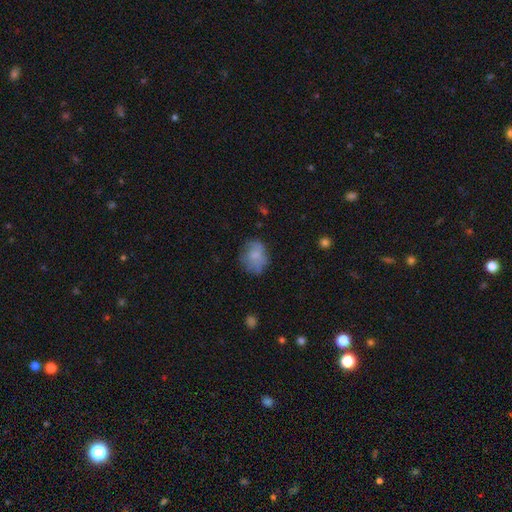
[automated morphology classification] smooth_or_featured: smooth (p=0.71) [alt: featured or disk p=0.20]
how_rounded: in between (p=0.52) [alt: round p=0.47]
merging: none (p=0.59) [alt: minor disturbance p=0.27]